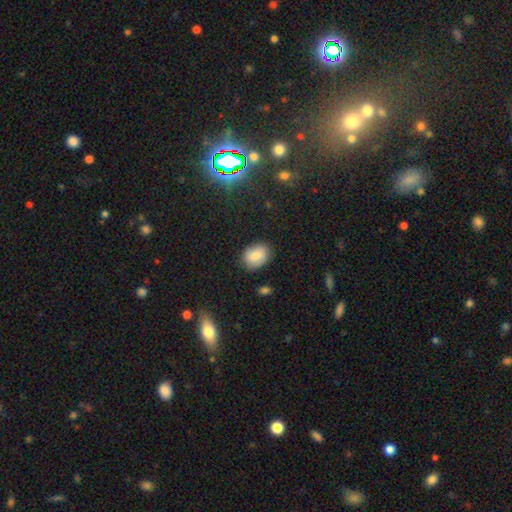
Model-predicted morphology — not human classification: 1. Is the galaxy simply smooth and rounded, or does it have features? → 75% smooth, 16% featured or disk, 9% star or artifact.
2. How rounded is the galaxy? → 70% in between, 29% round, 1% cigar-shaped.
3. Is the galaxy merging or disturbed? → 82% none, 13% minor disturbance, 3% major disturbance, 2% merger.